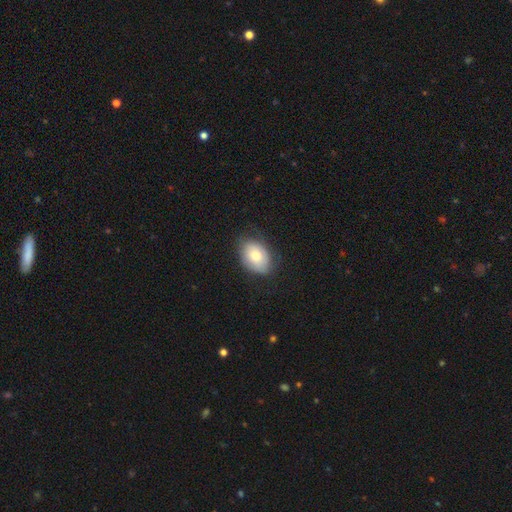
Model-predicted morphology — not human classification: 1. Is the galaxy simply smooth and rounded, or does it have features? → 77% smooth, 16% featured or disk, 7% star or artifact.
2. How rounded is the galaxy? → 80% in between, 19% round, 1% cigar-shaped.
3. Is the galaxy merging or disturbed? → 74% none, 20% minor disturbance, 5% major disturbance, 1% merger.